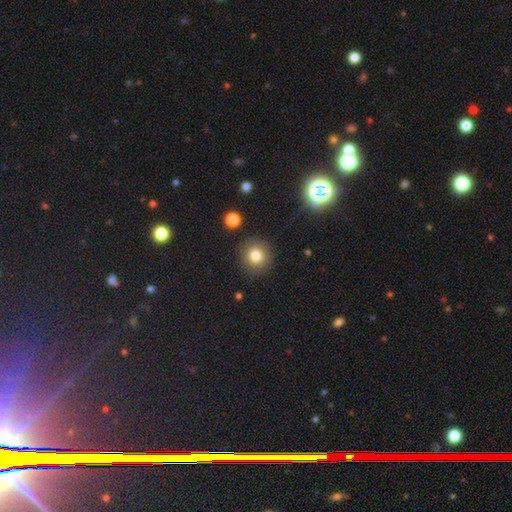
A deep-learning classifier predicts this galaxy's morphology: type=smooth (80%); roundness=round (91%); merging=none (89%).